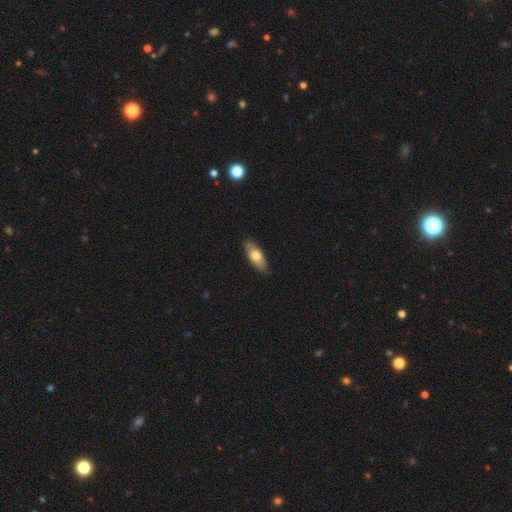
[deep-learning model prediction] A smooth galaxy with no disk features (68%) that is in between round and cigar-shaped (78%). Merging: none (86%).